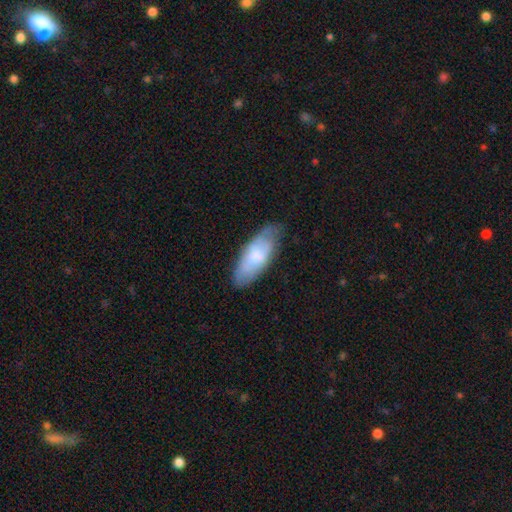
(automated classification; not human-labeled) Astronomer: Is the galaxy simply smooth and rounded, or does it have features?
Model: smooth — 65%.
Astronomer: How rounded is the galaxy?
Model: in between — 80%.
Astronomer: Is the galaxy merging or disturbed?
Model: none — 67%.